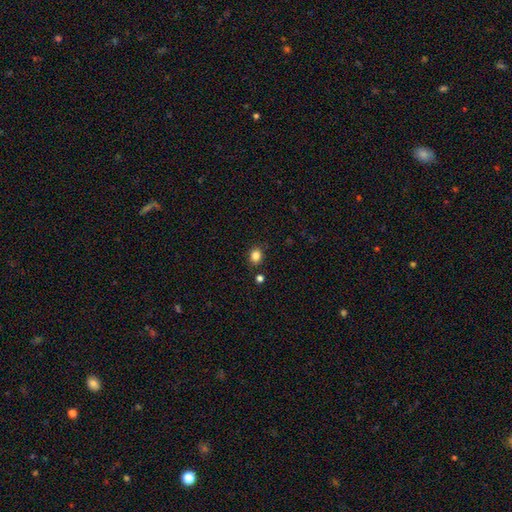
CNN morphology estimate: This is clearly a smooth galaxy (84%). How rounded: likely round (63%). Merging: clearly none (84%).